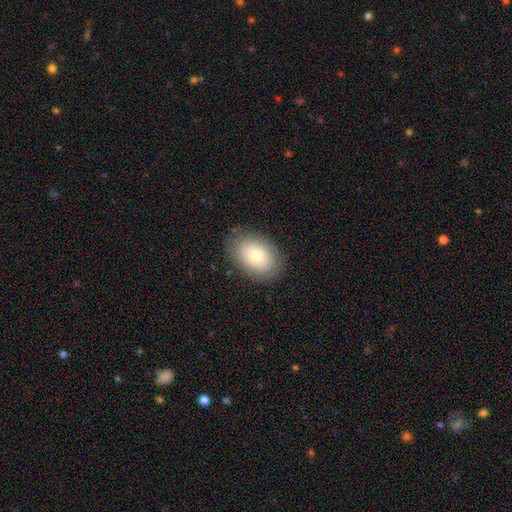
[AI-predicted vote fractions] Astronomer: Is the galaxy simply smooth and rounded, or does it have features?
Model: smooth — 77%.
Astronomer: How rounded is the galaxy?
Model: in between — 84%.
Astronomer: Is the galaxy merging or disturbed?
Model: none — 83%.